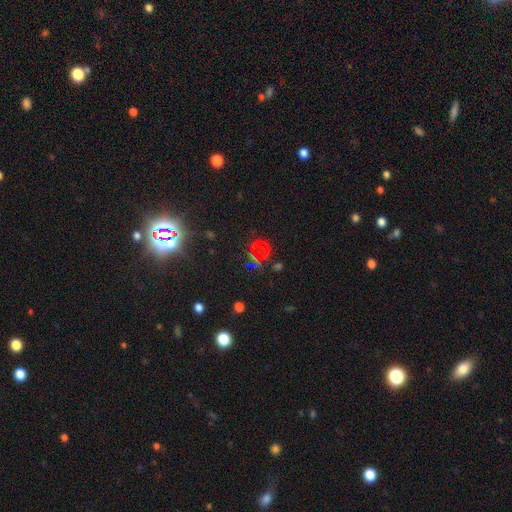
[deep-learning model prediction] smooth_or_featured: star or artifact (p=0.64) [alt: smooth p=0.22]